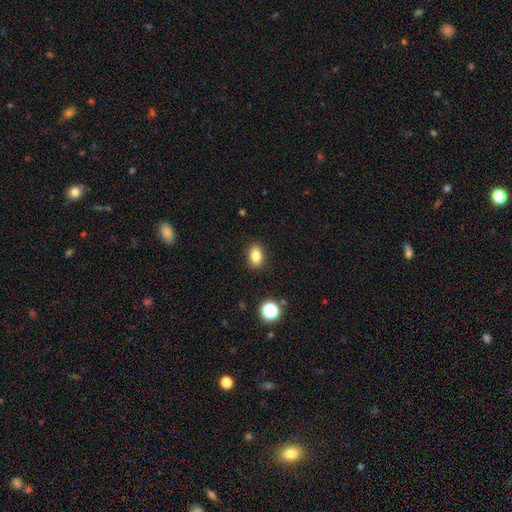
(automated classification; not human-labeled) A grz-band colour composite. It shows a smooth galaxy with no disk features (83%) that is in between round and cigar-shaped (80%). Merging: none (89%).